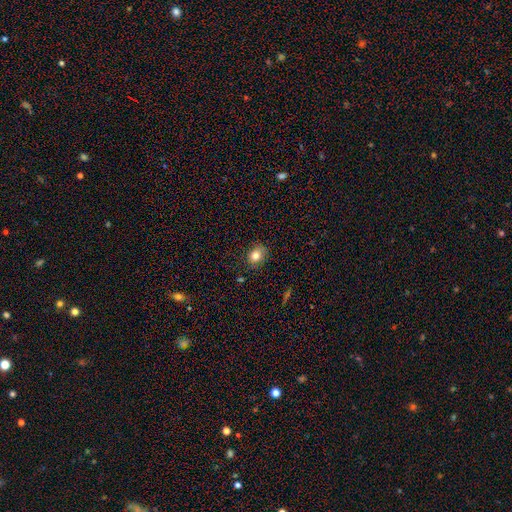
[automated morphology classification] Overall: smooth (81%). How rounded: in between (56%; round 43%). Merging: none (79%).